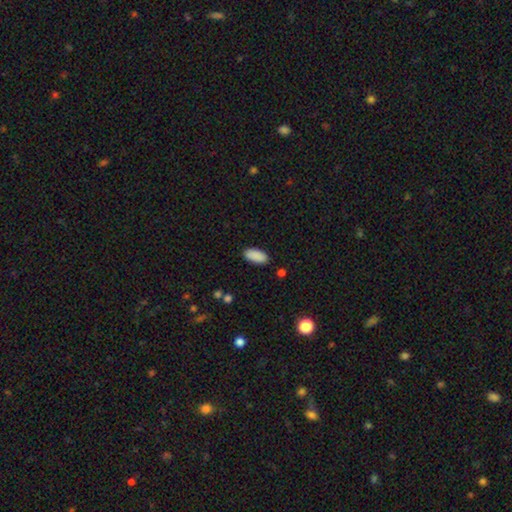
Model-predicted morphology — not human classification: A smooth galaxy with no disk features (90%) that is in between round and cigar-shaped (91%).

Vote fractions:
- Smooth or featured? smooth: 90% / star or artifact: 7% / featured or disk: 3%
- How rounded? in between: 91% / cigar-shaped: 7% / round: 2%
- Merging? none: 88% / minor disturbance: 8% / major disturbance: 2% / merger: 2%